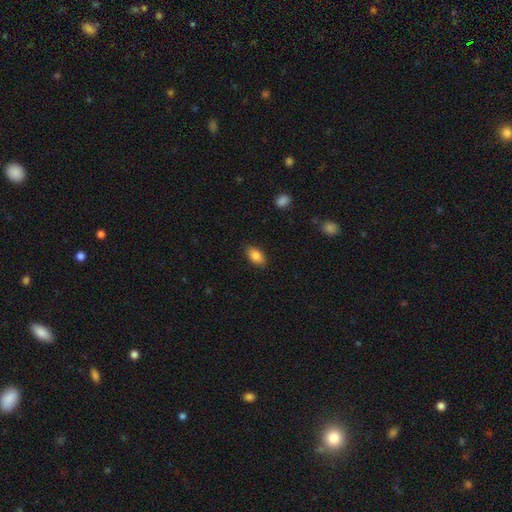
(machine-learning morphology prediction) Smooth or featured: smooth — 85% (star or artifact — 8%)
How rounded: in between — 91% (round — 6%)
Merging: none — 87% (minor disturbance — 10%)